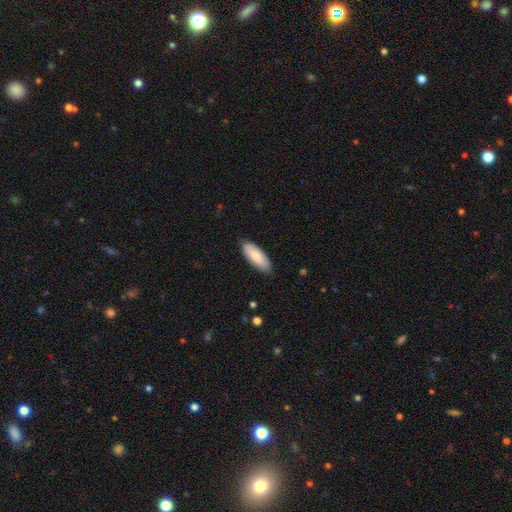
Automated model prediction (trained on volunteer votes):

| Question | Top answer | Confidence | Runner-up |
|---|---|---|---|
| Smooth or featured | smooth | 80% | featured or disk (15%) |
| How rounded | in between | 77% | cigar-shaped (22%) |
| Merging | none | 84% | minor disturbance (13%) |